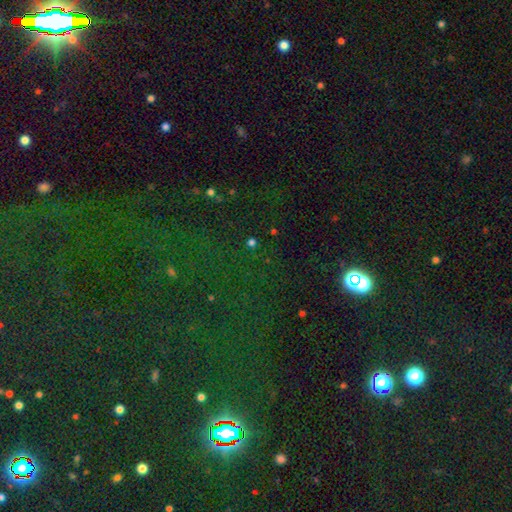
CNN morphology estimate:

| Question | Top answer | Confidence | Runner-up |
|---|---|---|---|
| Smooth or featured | star or artifact | 79% | smooth (13%) |